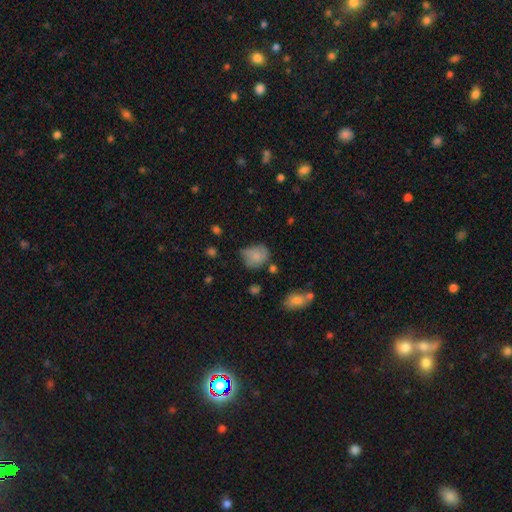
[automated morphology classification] Smooth or featured: smooth — 73% (featured or disk — 18%)
How rounded: round — 53% (in between — 46%)
Merging: none — 45% (minor disturbance — 35%)